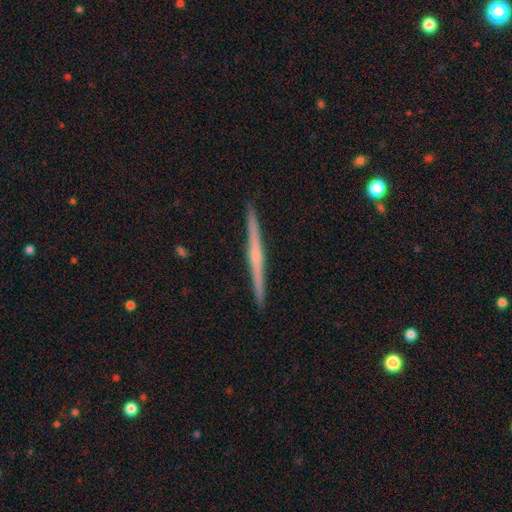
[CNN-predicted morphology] Q: Smooth or featured?
A: featured or disk (76%); runner-up: smooth (19%)
Q: Edge-on disk?
A: yes (99%); runner-up: no (1%)
Q: Edge-on bulge?
A: rounded (59%); runner-up: none (33%)
Q: Merging?
A: none (93%); runner-up: minor disturbance (5%)